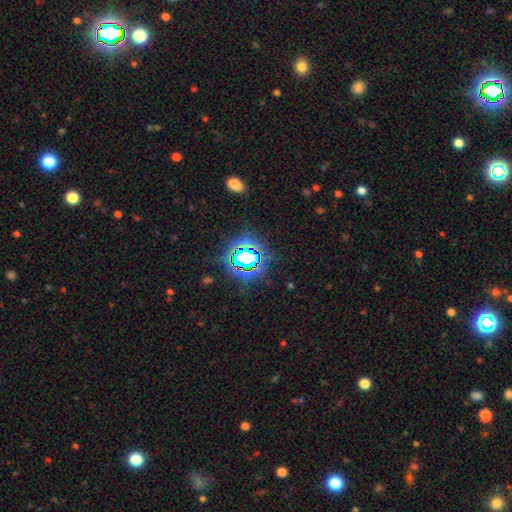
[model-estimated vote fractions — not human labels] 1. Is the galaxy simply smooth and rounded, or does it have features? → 74% star or artifact, 17% smooth, 10% featured or disk.